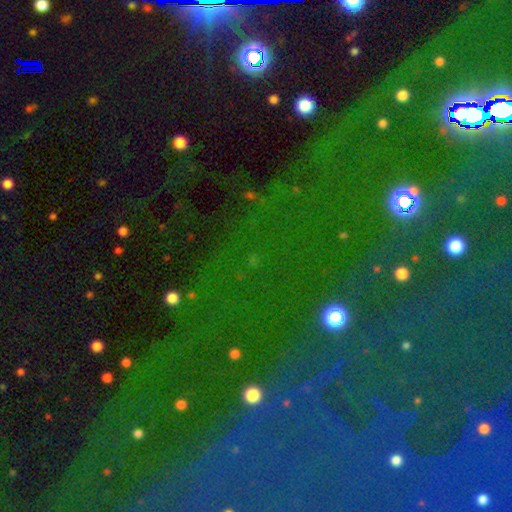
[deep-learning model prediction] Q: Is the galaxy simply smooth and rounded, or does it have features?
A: star or artifact — 73%.